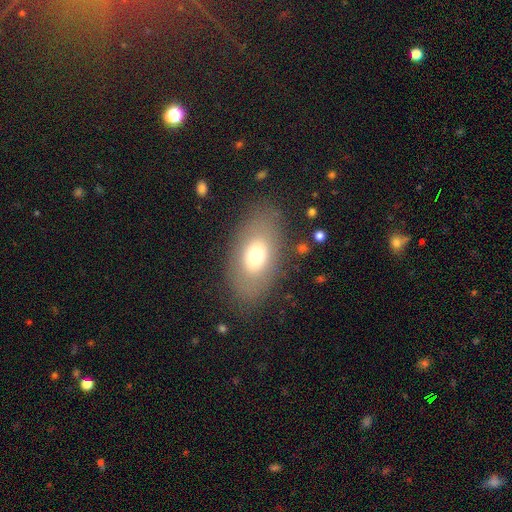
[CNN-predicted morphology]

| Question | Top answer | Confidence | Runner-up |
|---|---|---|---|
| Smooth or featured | smooth | 64% | featured or disk (26%) |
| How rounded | in between | 87% | round (10%) |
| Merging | none | 81% | minor disturbance (11%) |